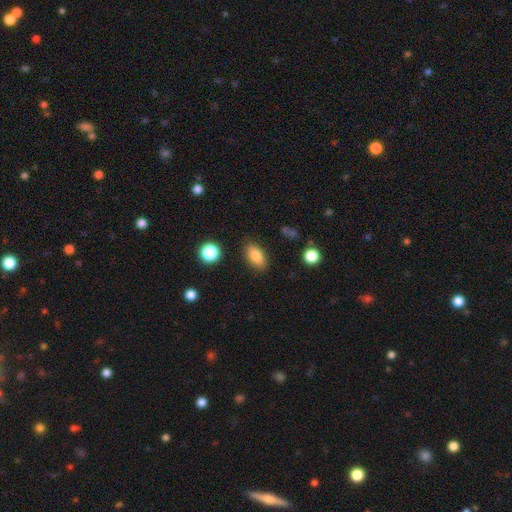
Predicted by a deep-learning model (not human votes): Smooth or featured? smooth (83%)
How rounded? in between (88%)
Merging? none (86%)